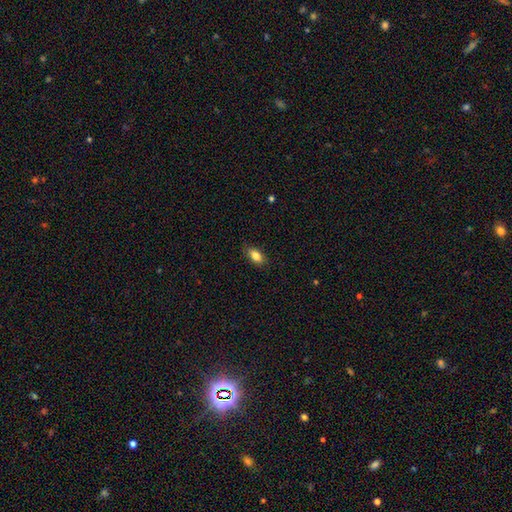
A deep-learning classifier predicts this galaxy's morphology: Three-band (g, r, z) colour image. It shows a smooth galaxy with no disk features (84%) that is in between round and cigar-shaped (88%). Merging: none (84%).